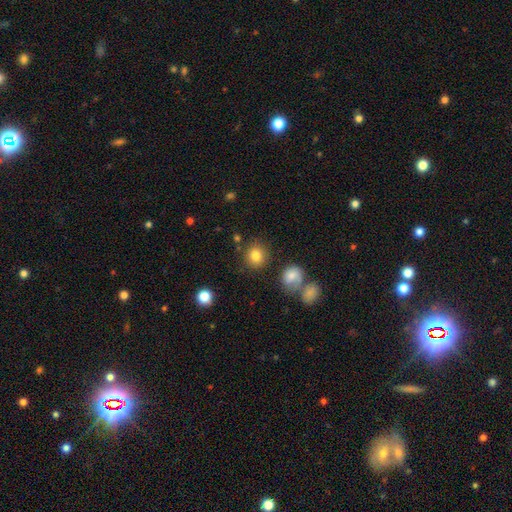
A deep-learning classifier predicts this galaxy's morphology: This appears to be a smooth galaxy with no disk features (82%) that is round (86%). Merging: none (81%).